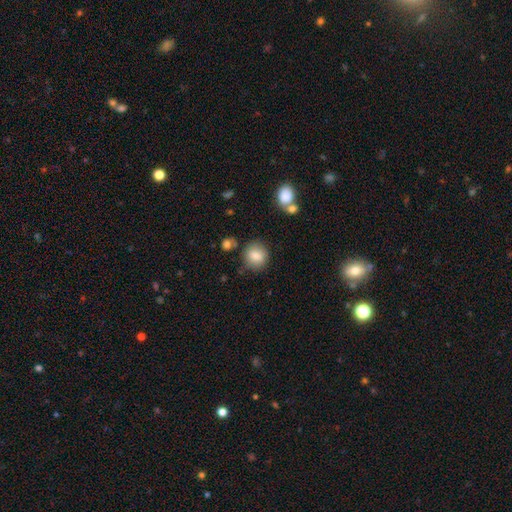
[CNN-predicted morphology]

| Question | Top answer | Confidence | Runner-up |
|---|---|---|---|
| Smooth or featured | smooth | 83% | star or artifact (9%) |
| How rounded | round | 82% | in between (17%) |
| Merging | none | 78% | minor disturbance (13%) |